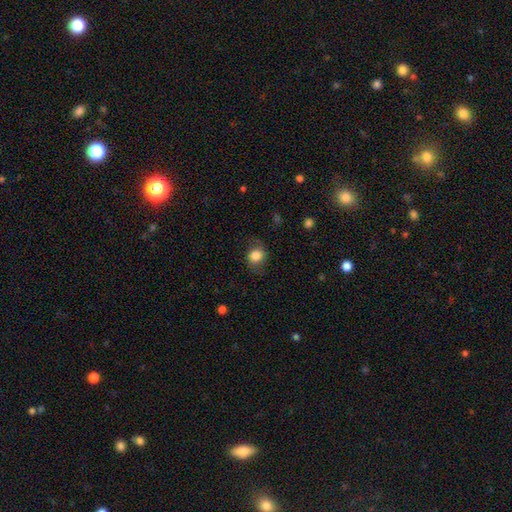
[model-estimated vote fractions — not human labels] A smooth galaxy with no disk features (80%) that is round (67%). Merging: none (70%).